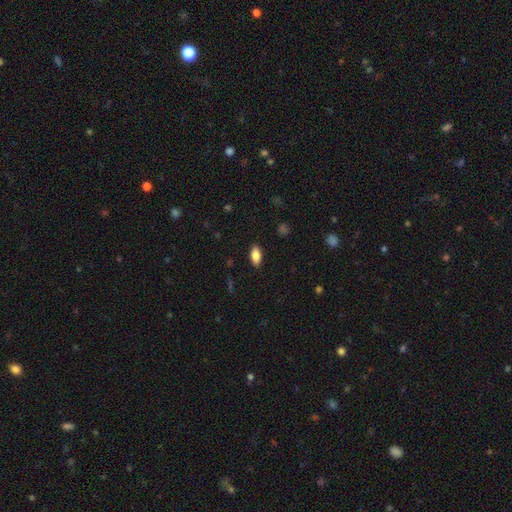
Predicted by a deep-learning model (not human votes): Smooth or featured? Predicted: smooth (p=0.83). How rounded? Predicted: in between (p=0.89). Merging? Predicted: none (p=0.88).